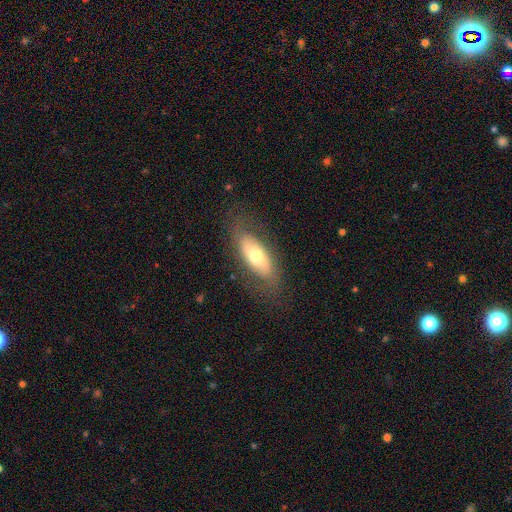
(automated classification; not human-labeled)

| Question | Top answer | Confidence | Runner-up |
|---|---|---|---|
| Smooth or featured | smooth | 55% | featured or disk (39%) |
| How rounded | in between | 80% | cigar-shaped (17%) |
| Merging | none | 75% | minor disturbance (16%) |